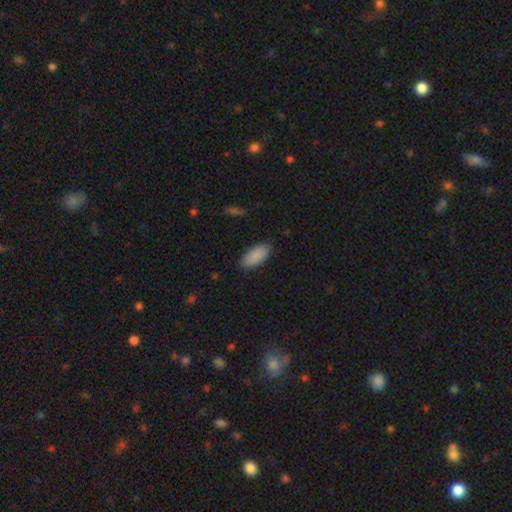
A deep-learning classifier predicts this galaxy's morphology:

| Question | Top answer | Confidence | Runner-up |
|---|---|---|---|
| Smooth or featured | smooth | 89% | star or artifact (6%) |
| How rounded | in between | 92% | cigar-shaped (7%) |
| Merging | none | 86% | minor disturbance (10%) |